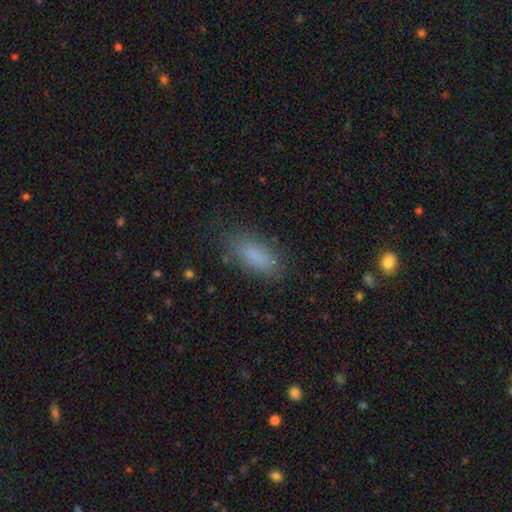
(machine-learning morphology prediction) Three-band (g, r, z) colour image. It shows a smooth galaxy with no disk features (85%) that is in between round and cigar-shaped (81%). Merging: none (83%).